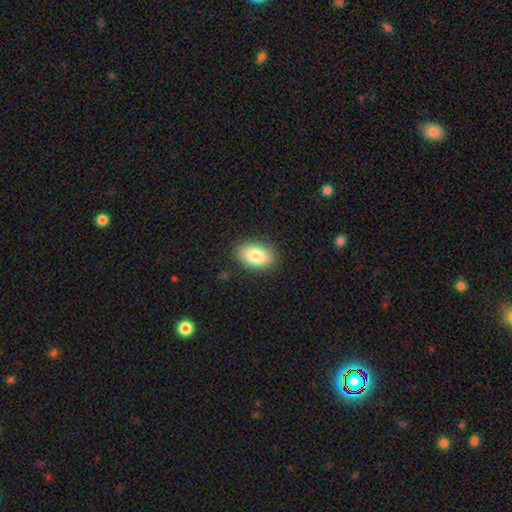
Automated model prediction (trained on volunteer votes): Smooth or featured?
  - smooth: 83% *
  - featured or disk: 10%
  - star or artifact: 7%
How rounded?
  - in between: 91% *
  - round: 8%
  - cigar-shaped: 2%
Merging?
  - none: 87% *
  - minor disturbance: 9%
  - major disturbance: 2%
  - merger: 1%